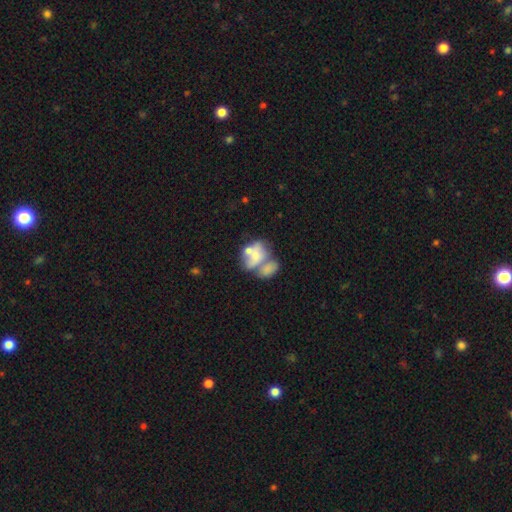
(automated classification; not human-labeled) This appears to be a smooth galaxy with no disk features (51%) that is in between round and cigar-shaped (70%). Merging: merger (60%).